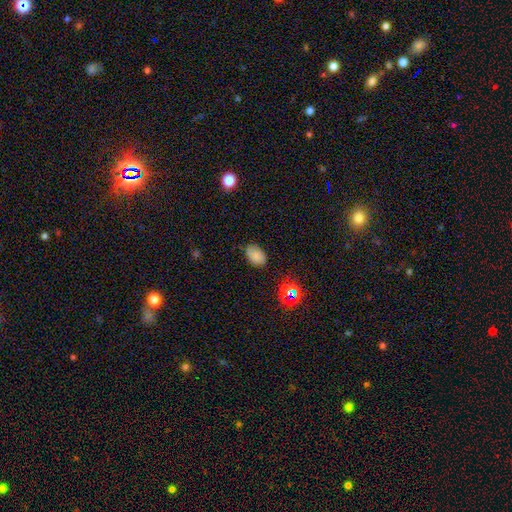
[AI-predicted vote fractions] smooth_or_featured: smooth (p=0.77) [alt: star or artifact p=0.14]
how_rounded: in between (p=0.84) [alt: round p=0.15]
merging: none (p=0.72) [alt: minor disturbance p=0.22]